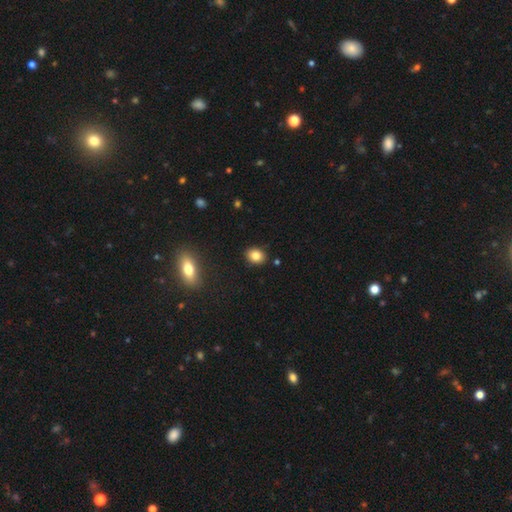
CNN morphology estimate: type=smooth (82%); roundness=in between (52%); merging=none (89%).